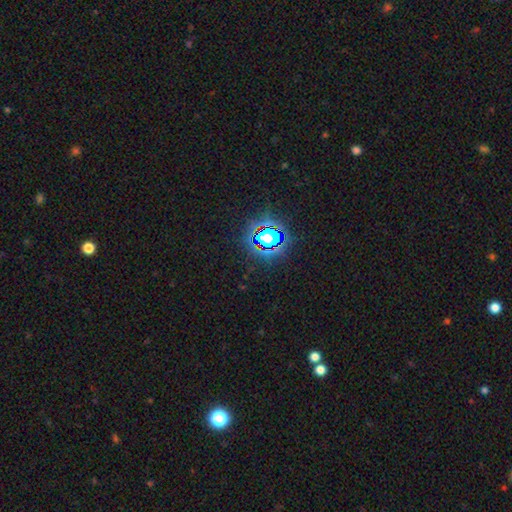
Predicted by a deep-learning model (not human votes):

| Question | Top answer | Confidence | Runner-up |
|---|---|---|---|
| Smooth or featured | star or artifact | 82% | smooth (11%) |